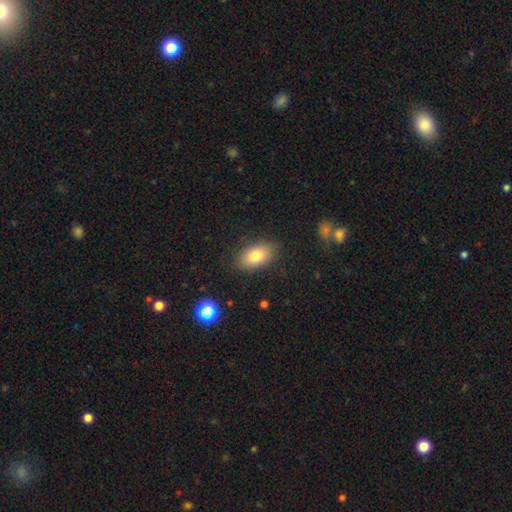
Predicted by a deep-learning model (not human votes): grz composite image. It shows a smooth galaxy with no disk features (79%) that is in between round and cigar-shaped (91%). Merging: none (84%).